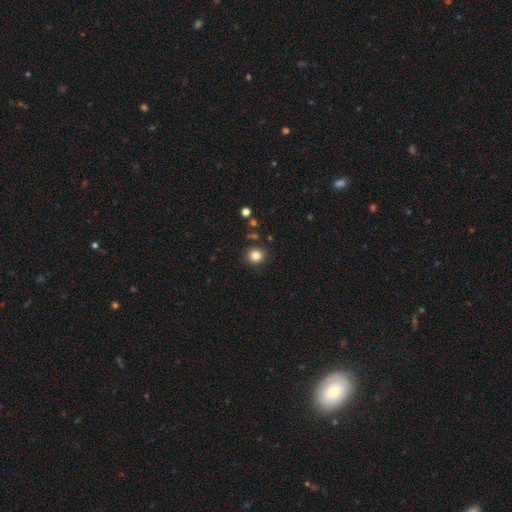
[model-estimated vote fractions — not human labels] smooth-or-featured: smooth: 83% | star or artifact: 12% | featured or disk: 5%
  how-rounded: round: 91% | in between: 8% | cigar-shaped: 1%
  merging: none: 89% | minor disturbance: 7% | merger: 2% | major disturbance: 2%